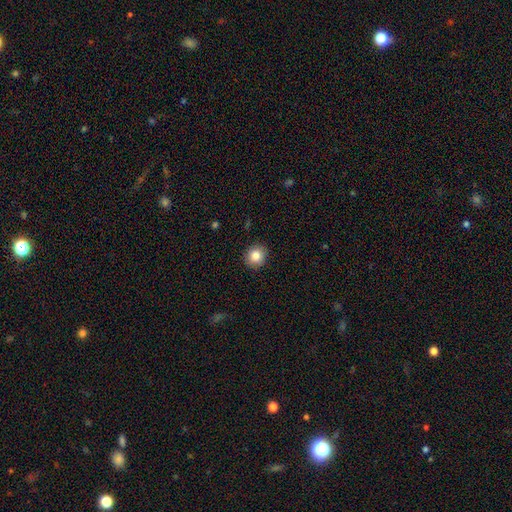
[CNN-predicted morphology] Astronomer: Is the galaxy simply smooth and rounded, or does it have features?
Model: smooth — 84%.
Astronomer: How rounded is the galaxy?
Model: round — 82%.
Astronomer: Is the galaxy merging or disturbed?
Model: none — 91%.